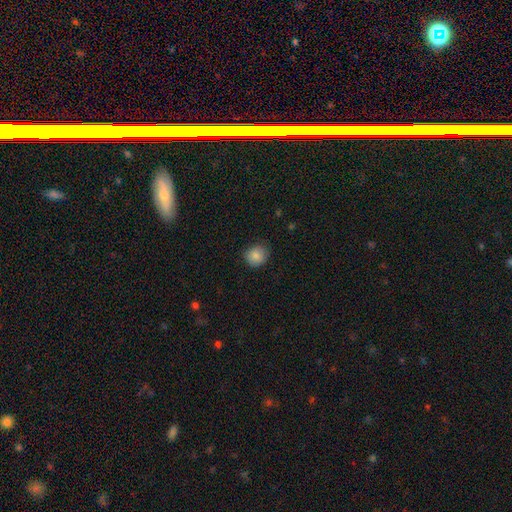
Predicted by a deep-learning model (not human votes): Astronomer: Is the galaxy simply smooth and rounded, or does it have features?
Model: smooth — 85%.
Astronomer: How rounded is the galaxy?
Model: round — 78%.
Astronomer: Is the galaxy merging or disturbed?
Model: none — 78%.